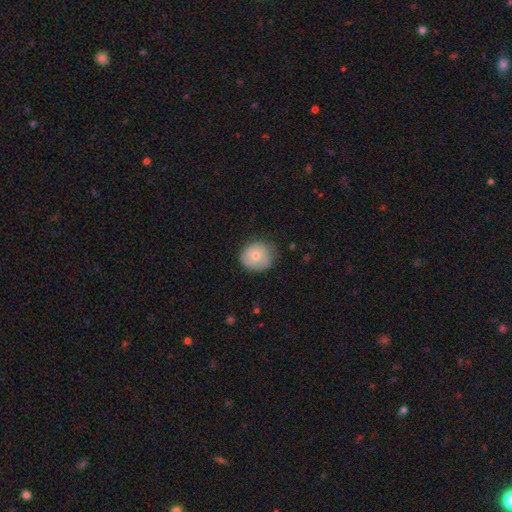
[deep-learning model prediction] The model was most divided on "smooth or featured": smooth: 66%, featured or disk: 27%, star or artifact: 7%. More confident: how rounded — round (83%); merging — none (69%).